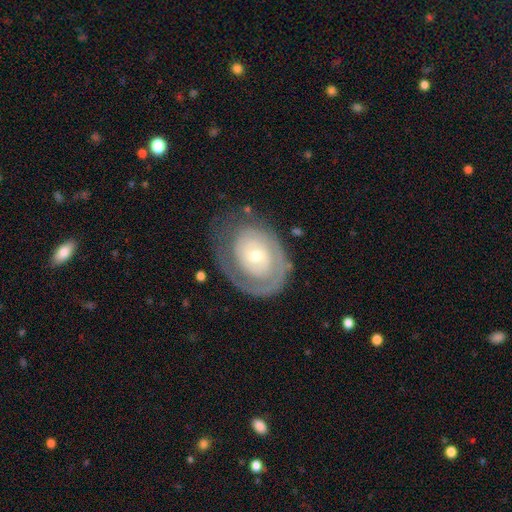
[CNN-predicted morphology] Smooth or featured?
  - featured or disk: 81% *
  - smooth: 14%
  - star or artifact: 5%
Edge-on disk?
  - no: 97% *
  - yes: 3%
Bar?
  - no: 67% *
  - weak: 27%
  - strong: 6%
Spiral arms?
  - yes: 89% *
  - no: 11%
Spiral winding?
  - tight: 76% *
  - medium: 18%
  - loose: 6%
Spiral arm count?
  - 1: 46% *
  - can't tell: 23%
  - 2: 22%
  - 3: 5%
  - 4: 2%
  - more than 4: 2%
Bulge size?
  - small: 51% *
  - moderate: 43%
  - large: 4%
  - none: 1%
  - dominant: 1%
Merging?
  - none: 66% *
  - minor disturbance: 19%
  - major disturbance: 13%
  - merger: 2%